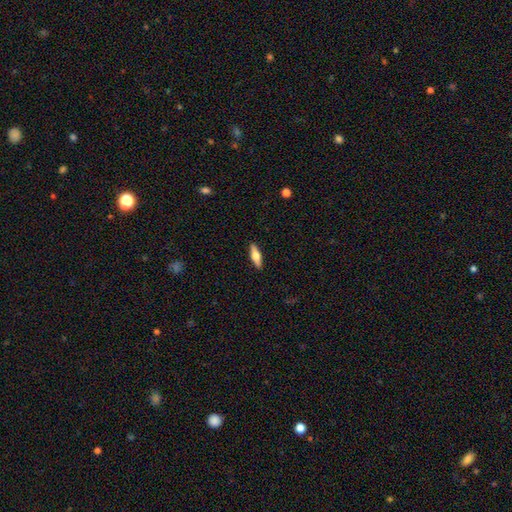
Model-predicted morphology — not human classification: smooth-or-featured: smooth: 55% | featured or disk: 39% | star or artifact: 6%
  how-rounded: cigar-shaped: 52% | in between: 45% | round: 2%
  merging: none: 90% | minor disturbance: 7% | major disturbance: 2% | merger: 1%